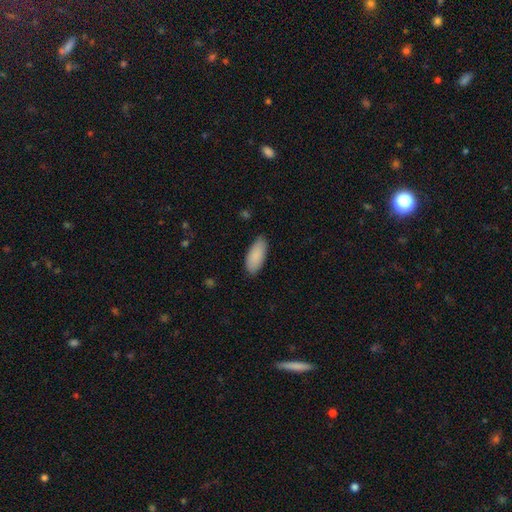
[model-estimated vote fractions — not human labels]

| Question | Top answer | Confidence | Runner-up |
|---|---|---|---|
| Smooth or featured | smooth | 89% | star or artifact (6%) |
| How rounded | in between | 87% | cigar-shaped (11%) |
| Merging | none | 85% | minor disturbance (12%) |